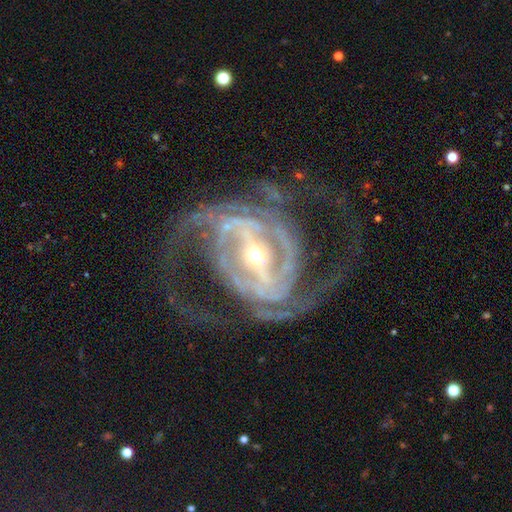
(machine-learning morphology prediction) smooth-or-featured: featured or disk: 92% | star or artifact: 5% | smooth: 4%
  disk-edge-on: no: 97% | yes: 3%
    bar: strong: 67% | weak: 23% | no: 10%
    has-spiral-arms: yes: 96% | no: 4%
      spiral-winding: medium: 44% | tight: 40% | loose: 16%
      spiral-arm-count: 2: 50% | 3: 15% | can't tell: 15% | 4: 8% | 1: 6% | more than 4: 6%
    bulge-size: small: 54% | moderate: 42% | large: 2% | dominant: 1% | none: 1%
  merging: none: 57% | major disturbance: 24% | minor disturbance: 17% | merger: 2%